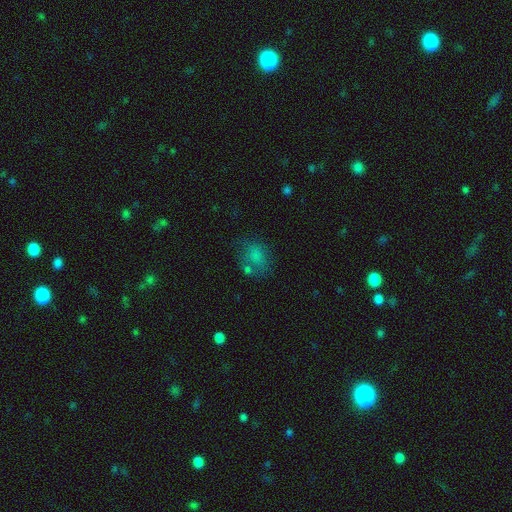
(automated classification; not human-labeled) A smooth galaxy with no disk features (69%) that is in between round and cigar-shaped (51%). Merging: none (53%).